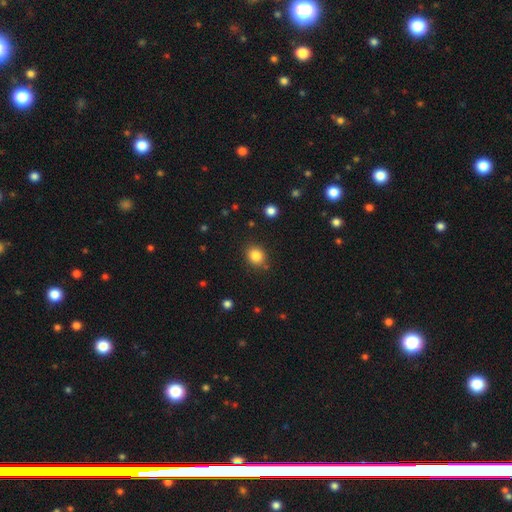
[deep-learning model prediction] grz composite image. It shows a smooth galaxy with no disk features (84%) that is round (71%). Merging: none (85%).